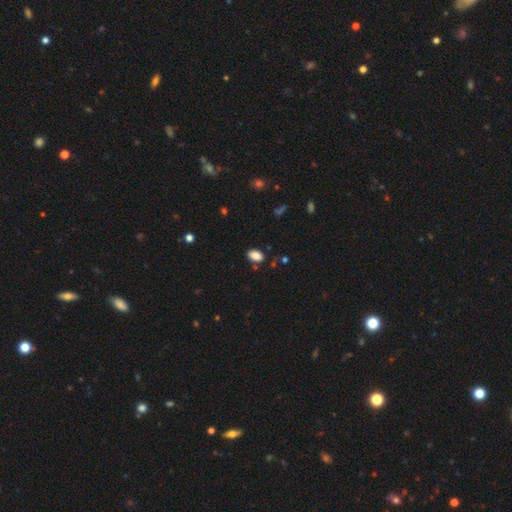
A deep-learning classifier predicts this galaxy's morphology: Smooth or featured? Predicted: smooth (p=0.87). How rounded? Predicted: in between (p=0.91). Merging? Predicted: none (p=0.84).